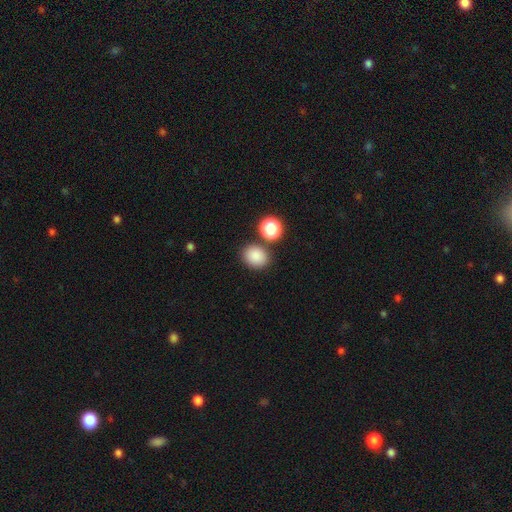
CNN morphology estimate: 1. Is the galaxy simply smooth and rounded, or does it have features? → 84% smooth, 11% star or artifact, 4% featured or disk.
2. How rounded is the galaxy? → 61% round, 38% in between, 1% cigar-shaped.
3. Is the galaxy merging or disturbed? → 79% none, 10% minor disturbance, 9% merger, 3% major disturbance.